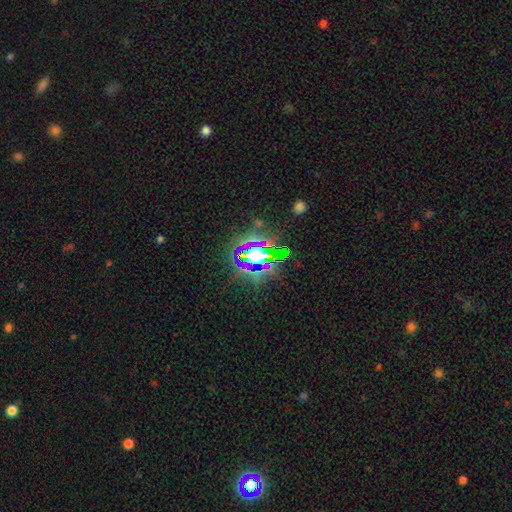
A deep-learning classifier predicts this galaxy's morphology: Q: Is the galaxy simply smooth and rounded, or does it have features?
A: star or artifact — 67%.